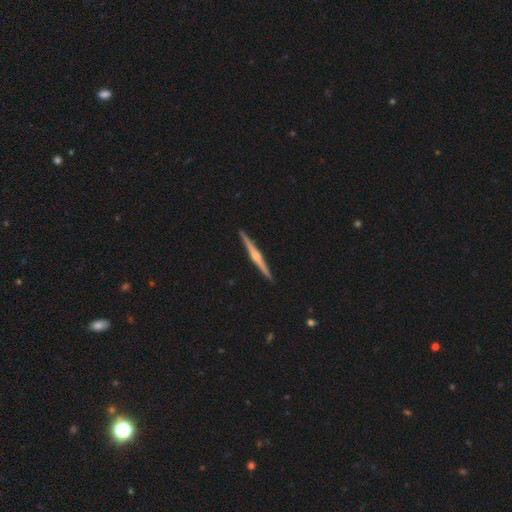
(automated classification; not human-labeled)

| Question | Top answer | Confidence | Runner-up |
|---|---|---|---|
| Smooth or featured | featured or disk | 83% | smooth (13%) |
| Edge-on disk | yes | 99% | no (1%) |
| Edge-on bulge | rounded | 85% | none (9%) |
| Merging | none | 93% | minor disturbance (5%) |